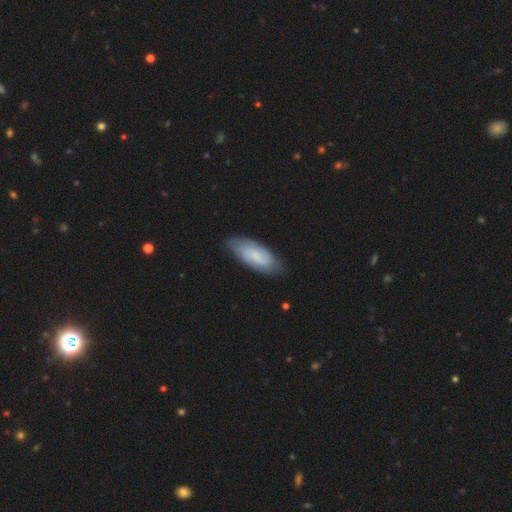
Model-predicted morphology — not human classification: Q: Smooth or featured?
A: smooth (55%); runner-up: featured or disk (39%)
Q: How rounded?
A: in between (78%); runner-up: cigar-shaped (21%)
Q: Merging?
A: none (75%); runner-up: minor disturbance (20%)